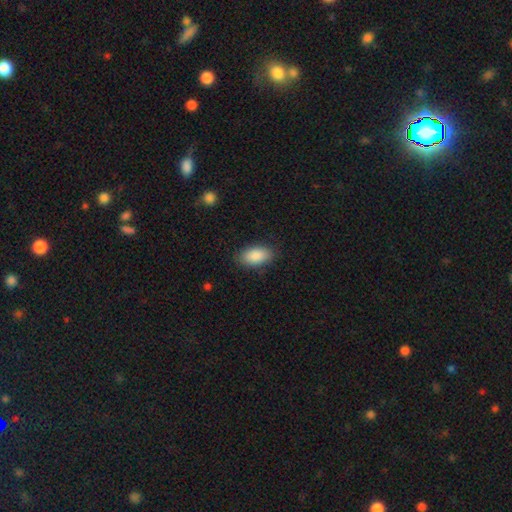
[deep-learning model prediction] Smooth or featured?
  - smooth: 89% *
  - star or artifact: 6%
  - featured or disk: 5%
How rounded?
  - in between: 93% *
  - round: 4%
  - cigar-shaped: 3%
Merging?
  - none: 85% *
  - minor disturbance: 11%
  - major disturbance: 3%
  - merger: 1%